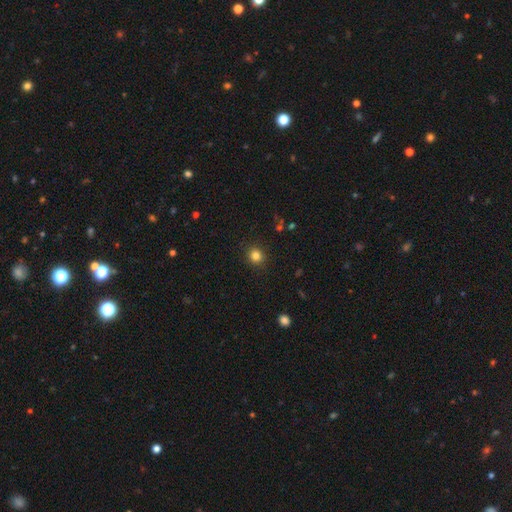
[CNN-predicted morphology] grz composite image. It shows a smooth galaxy with no disk features (82%) that is round (88%). Merging: none (90%).